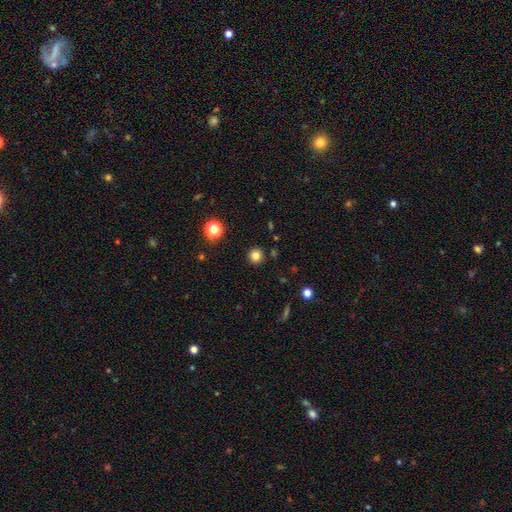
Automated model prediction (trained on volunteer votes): Q: Smooth or featured?
A: smooth (80%); runner-up: star or artifact (14%)
Q: How rounded?
A: round (95%); runner-up: in between (4%)
Q: Merging?
A: none (91%); runner-up: minor disturbance (5%)